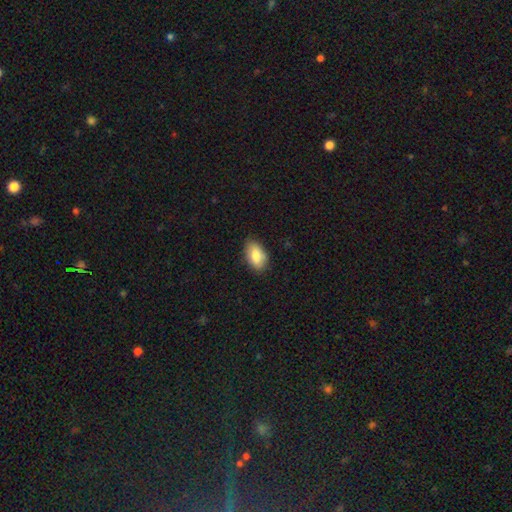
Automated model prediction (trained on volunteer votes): A smooth galaxy with no disk features (84%) that is in between round and cigar-shaped (93%).

Vote fractions:
- Smooth or featured? smooth: 84% / featured or disk: 10% / star or artifact: 7%
- How rounded? in between: 93% / round: 5% / cigar-shaped: 2%
- Merging? none: 82% / minor disturbance: 14% / major disturbance: 2% / merger: 1%